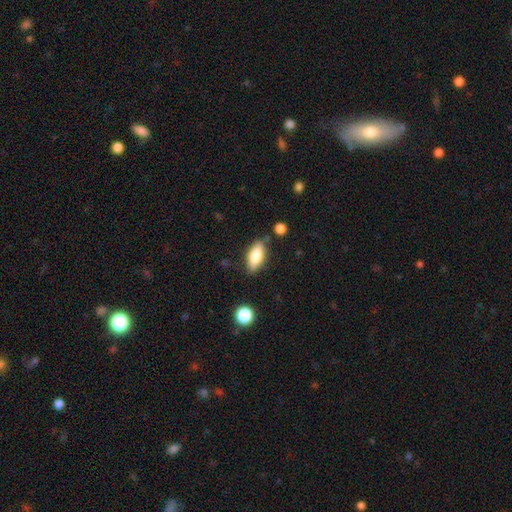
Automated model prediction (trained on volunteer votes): Q: Smooth or featured?
A: smooth (74%); runner-up: featured or disk (19%)
Q: How rounded?
A: in between (81%); runner-up: cigar-shaped (16%)
Q: Merging?
A: none (81%); runner-up: minor disturbance (13%)